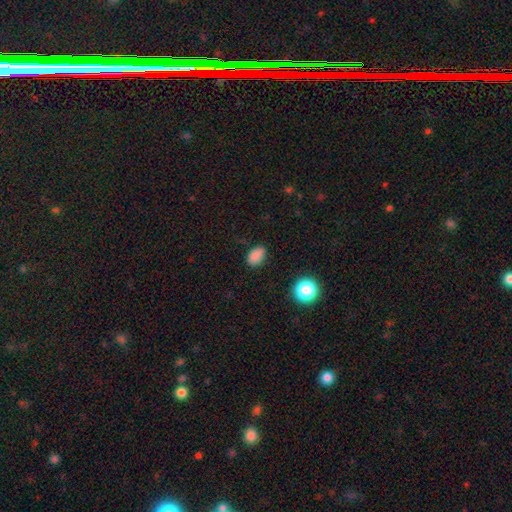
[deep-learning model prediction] A smooth galaxy with no disk features (85%) that is in between round and cigar-shaped (84%).

Vote fractions:
- Smooth or featured? smooth: 85% / star or artifact: 11% / featured or disk: 4%
- How rounded? in between: 84% / round: 15% / cigar-shaped: 1%
- Merging? none: 82% / minor disturbance: 13% / major disturbance: 3% / merger: 1%